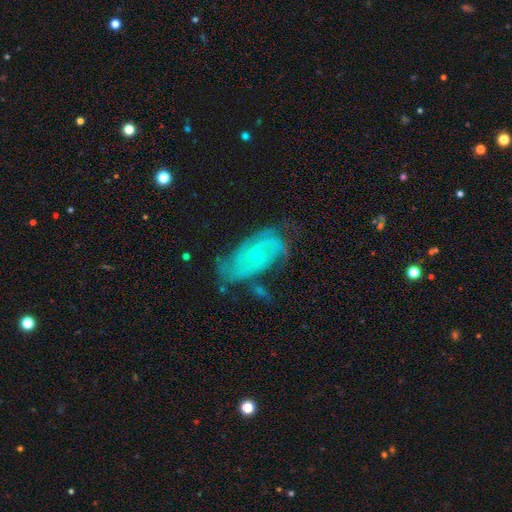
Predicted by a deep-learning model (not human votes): This appears to be a featured or disk galaxy (75%) with no bar (60%), 2 (47%) medium (42%) spiral arms (90%) and a small central bulge (68%). Merging: none (56%).